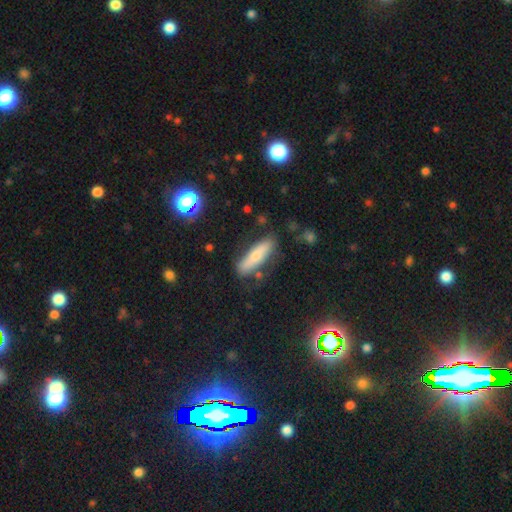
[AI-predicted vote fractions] The model was most divided on "how rounded": cigar-shaped: 60%, in between: 38%, round: 2%. More confident: merging — none (74%); smooth or featured — smooth (64%).